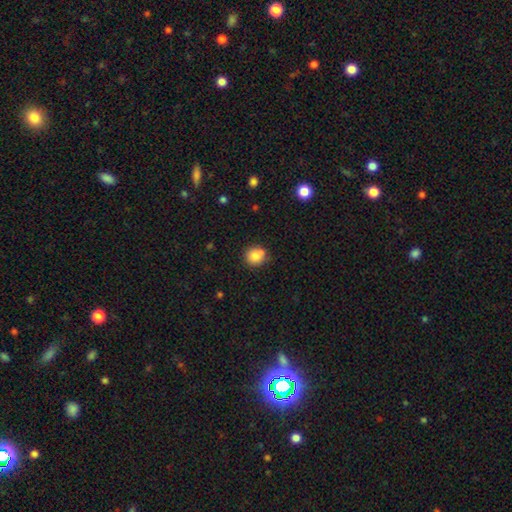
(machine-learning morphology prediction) Smooth or featured?
  - smooth: 81% *
  - star or artifact: 10%
  - featured or disk: 8%
How rounded?
  - round: 86% *
  - in between: 13%
  - cigar-shaped: 1%
Merging?
  - none: 70% *
  - minor disturbance: 15%
  - merger: 12%
  - major disturbance: 3%